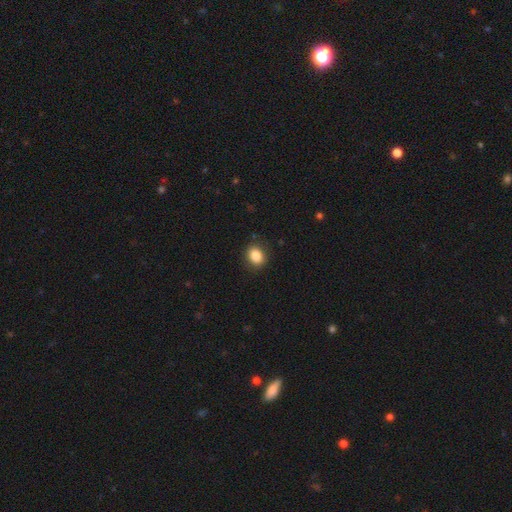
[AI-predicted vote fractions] smooth_or_featured: smooth (p=0.86) [alt: star or artifact p=0.09]
how_rounded: in between (p=0.51) [alt: round p=0.48]
merging: none (p=0.87) [alt: minor disturbance p=0.10]